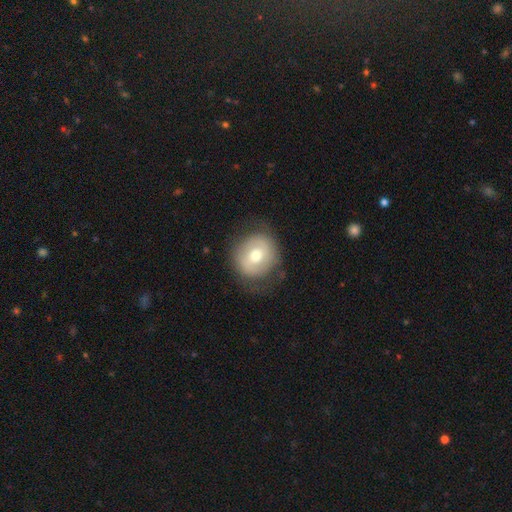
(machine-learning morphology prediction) type=smooth (56%); roundness=round (80%); merging=none (75%).